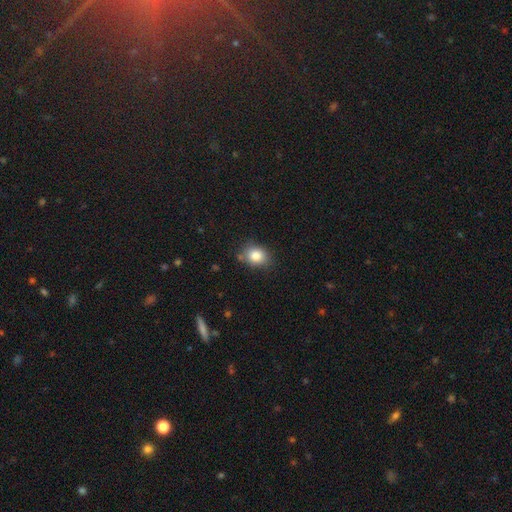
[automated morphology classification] Smooth or featured? Predicted: smooth (p=0.84). How rounded? Predicted: round (p=0.53). Merging? Predicted: none (p=0.78).